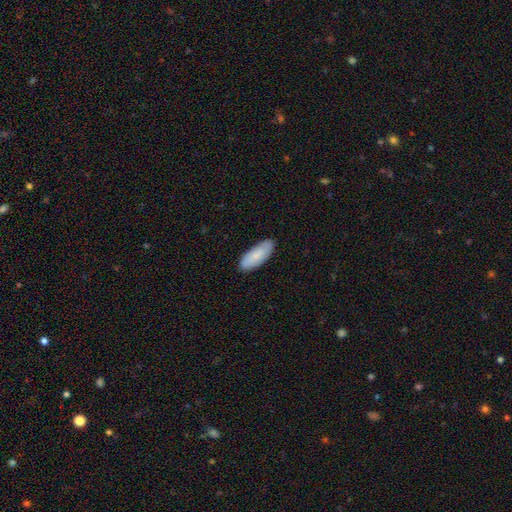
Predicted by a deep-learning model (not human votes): Morphology: type=smooth (76%); roundness=in between (78%); merging=none (87%).